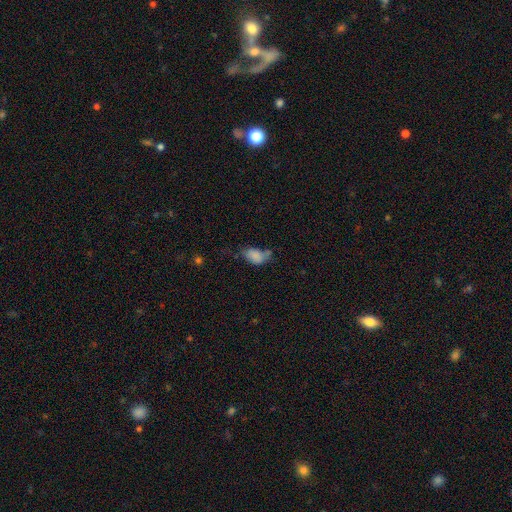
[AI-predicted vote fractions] Overall: smooth (78%). How rounded: in between (87%). Merging: none (33%; minor disturbance 32%).